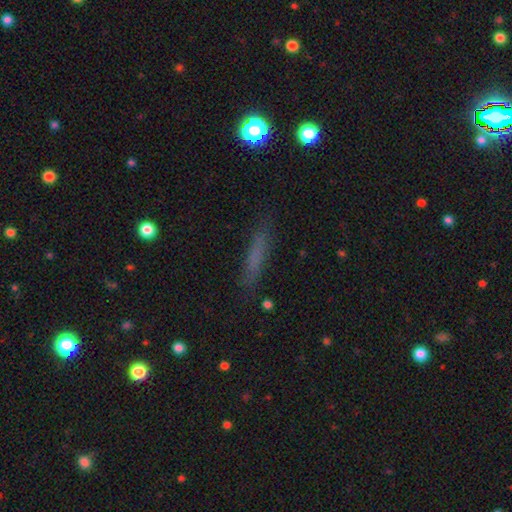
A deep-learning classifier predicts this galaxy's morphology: Smooth or featured? Predicted: smooth (p=0.65). How rounded? Predicted: cigar-shaped (p=0.88). Merging? Predicted: none (p=0.85).